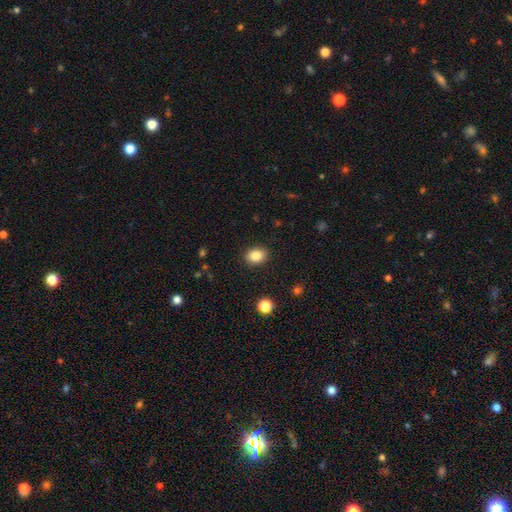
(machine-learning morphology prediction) The model was most divided on "how rounded": in between: 64%, round: 35%, cigar-shaped: 1%. More confident: merging — none (89%); smooth or featured — smooth (85%).